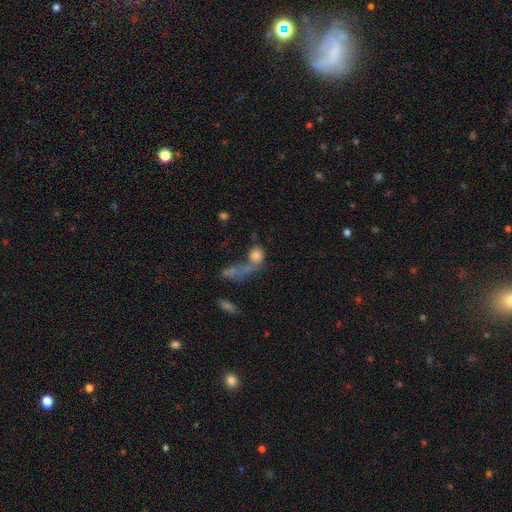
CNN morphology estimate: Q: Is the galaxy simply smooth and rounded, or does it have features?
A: smooth — 77%.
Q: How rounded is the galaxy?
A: round — 64%.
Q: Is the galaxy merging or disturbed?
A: merger — 42%.